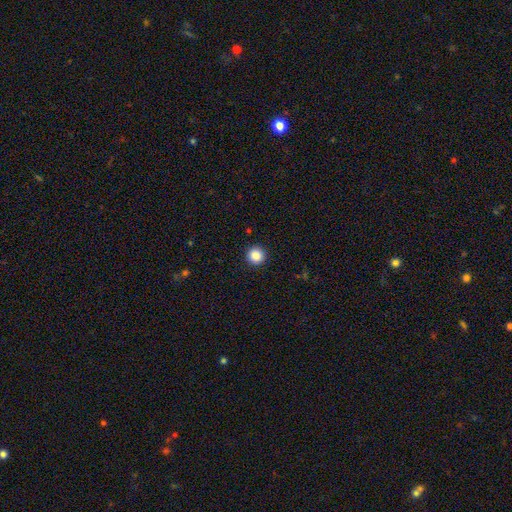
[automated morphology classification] Q: Smooth or featured?
A: smooth (87%); runner-up: star or artifact (10%)
Q: How rounded?
A: round (95%); runner-up: in between (4%)
Q: Merging?
A: none (93%); runner-up: minor disturbance (4%)